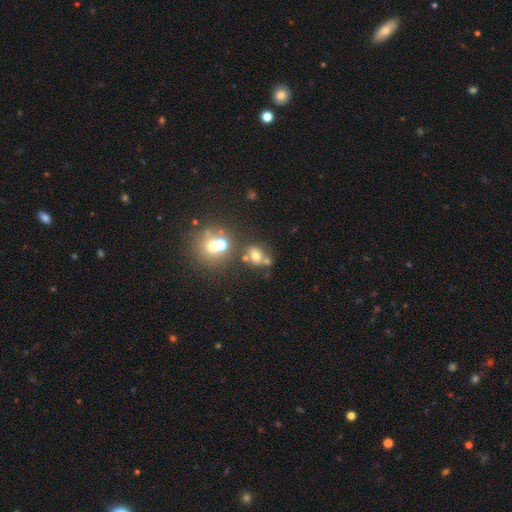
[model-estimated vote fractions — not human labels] smooth-or-featured: smooth: 62% | star or artifact: 20% | featured or disk: 18%
  how-rounded: round: 60% | in between: 38% | cigar-shaped: 2%
  merging: none: 51% | merger: 31% | minor disturbance: 12% | major disturbance: 6%